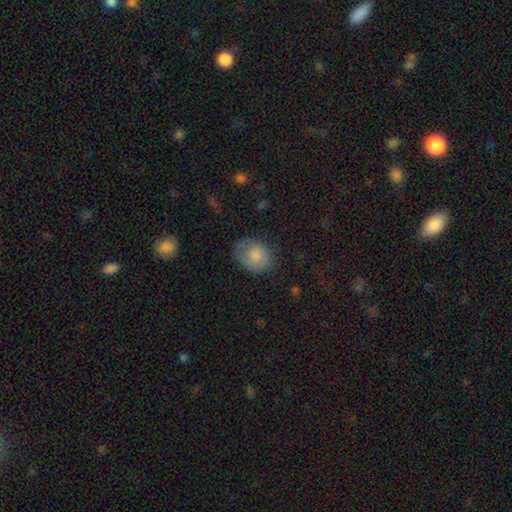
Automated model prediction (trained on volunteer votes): Morphology: type=smooth (79%); roundness=round (55%); merging=none (55%).